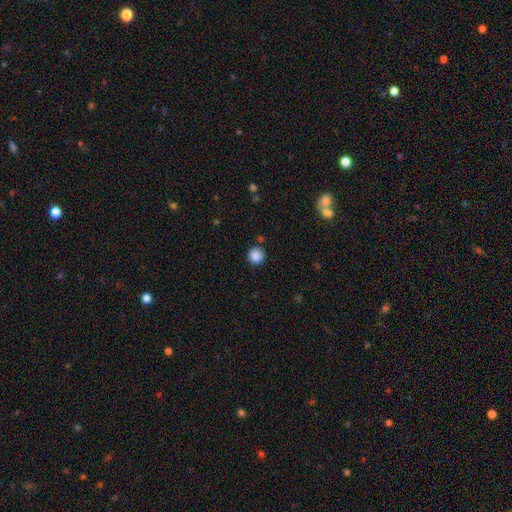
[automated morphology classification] A smooth galaxy with no disk features (88%) that is round (93%).

Vote fractions:
- Smooth or featured? smooth: 88% / star or artifact: 10% / featured or disk: 3%
- How rounded? round: 93% / in between: 6% / cigar-shaped: 1%
- Merging? none: 87% / minor disturbance: 8% / merger: 3% / major disturbance: 2%